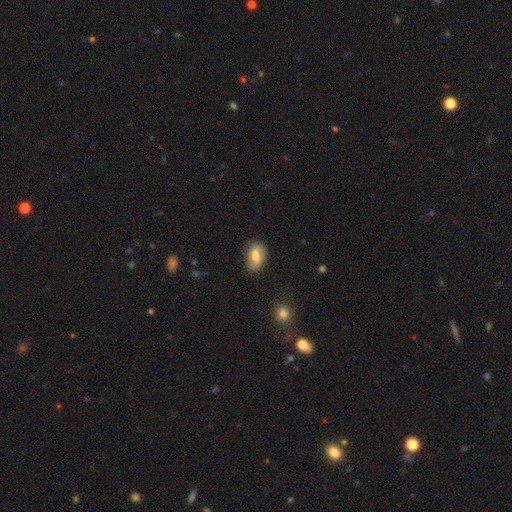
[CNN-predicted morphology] A smooth galaxy with no disk features (63%) that is in between round and cigar-shaped (87%). Merging: none (64%).